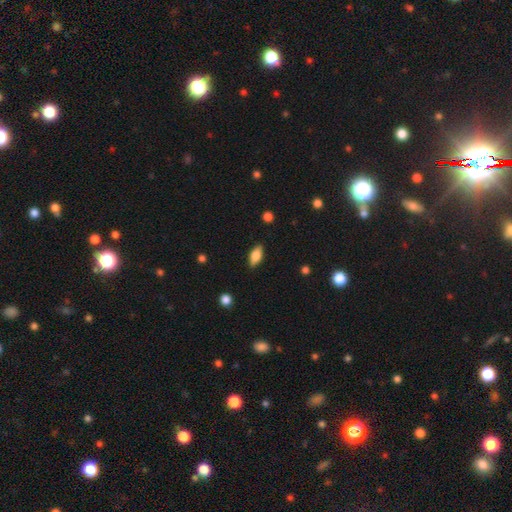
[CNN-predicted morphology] This is likely a smooth galaxy (76%). How rounded: clearly in between (86%). Merging: clearly none (86%).